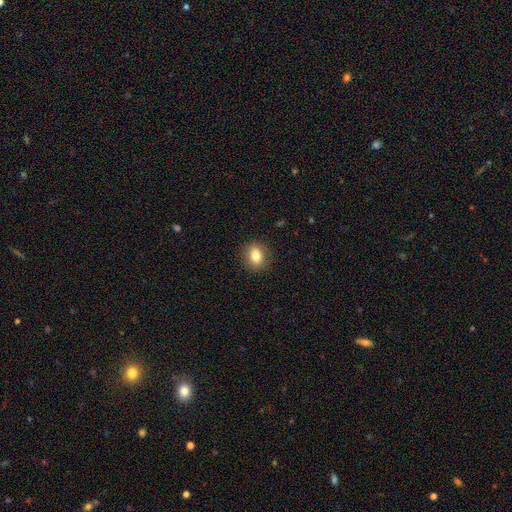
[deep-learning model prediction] This is clearly a smooth galaxy (81%). How rounded: possibly round (51%). Merging: clearly none (89%).